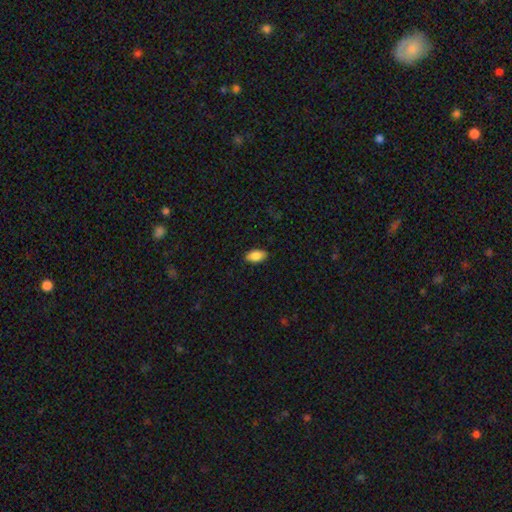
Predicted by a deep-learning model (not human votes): A smooth galaxy with no disk features (85%) that is in between round and cigar-shaped (93%).

Vote fractions:
- Smooth or featured? smooth: 85% / featured or disk: 8% / star or artifact: 7%
- How rounded? in between: 93% / round: 4% / cigar-shaped: 3%
- Merging? none: 88% / minor disturbance: 9% / major disturbance: 2% / merger: 1%